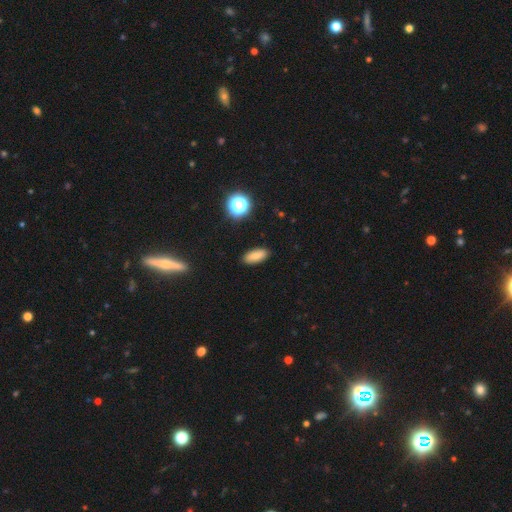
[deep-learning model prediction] A smooth galaxy with no disk features (79%) that is in between round and cigar-shaped (82%).

Vote fractions:
- Smooth or featured? smooth: 79% / star or artifact: 11% / featured or disk: 10%
- How rounded? in between: 82% / cigar-shaped: 14% / round: 4%
- Merging? none: 89% / minor disturbance: 8% / major disturbance: 2% / merger: 1%